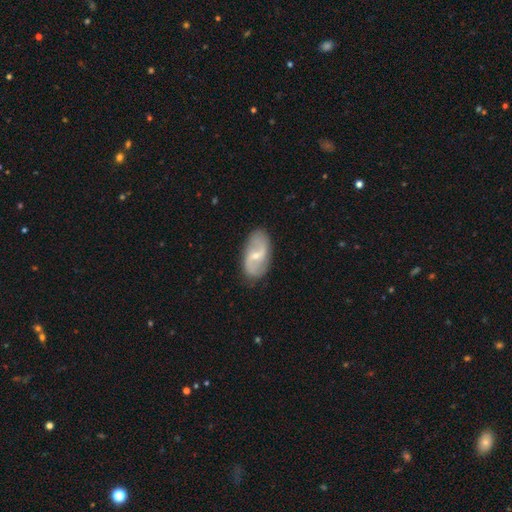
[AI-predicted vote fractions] The model was most divided on "bar": weak: 51%, no: 27%, strong: 22%. More confident: edge-on disk — no (96%); spiral arm count — 2 (90%); spiral arms — yes (89%); merging — none (85%); smooth or featured — featured or disk (78%); bulge size — small (66%); spiral winding — loose (61%).